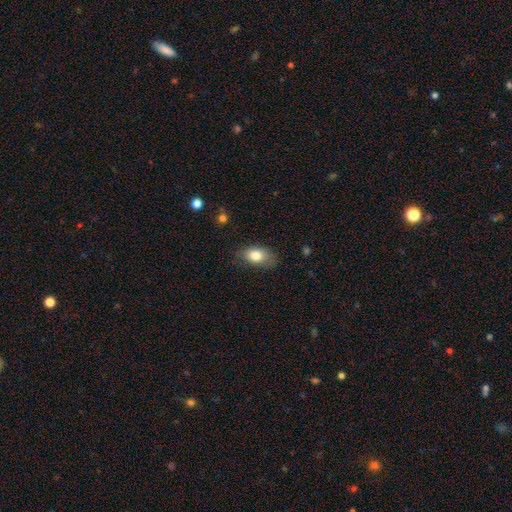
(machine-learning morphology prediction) Smooth or featured?
  - smooth: 80% *
  - featured or disk: 12%
  - star or artifact: 8%
How rounded?
  - in between: 86% *
  - round: 12%
  - cigar-shaped: 2%
Merging?
  - none: 73% *
  - minor disturbance: 21%
  - major disturbance: 5%
  - merger: 1%